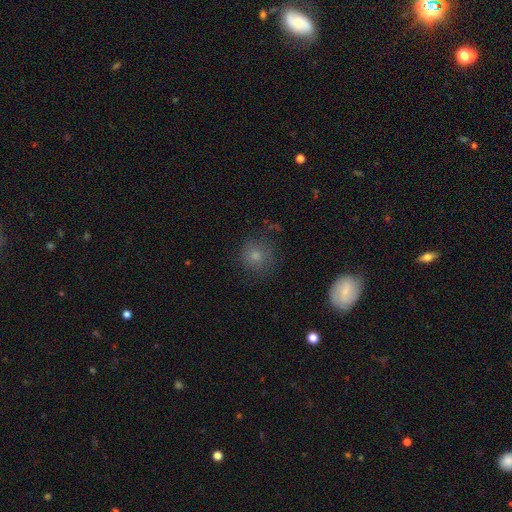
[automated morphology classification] smooth_or_featured: smooth (p=0.75) [alt: star or artifact p=0.13]
how_rounded: round (p=0.88) [alt: in between p=0.11]
merging: none (p=0.75) [alt: minor disturbance p=0.16]